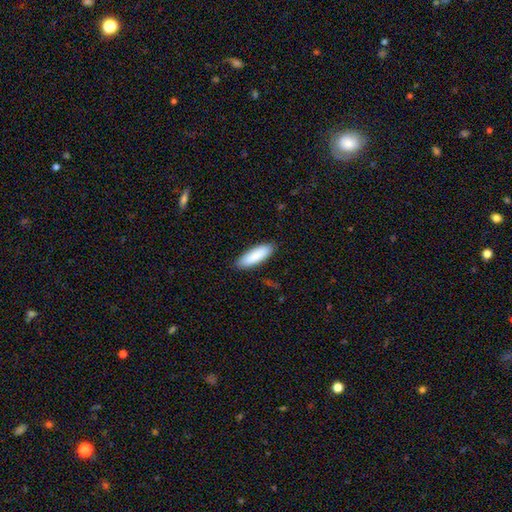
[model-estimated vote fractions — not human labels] Smooth or featured: smooth — 89% (featured or disk — 6%)
How rounded: in between — 58% (cigar-shaped — 41%)
Merging: none — 87% (minor disturbance — 10%)